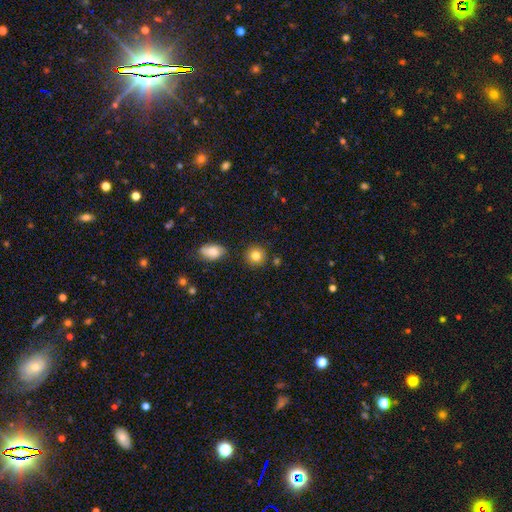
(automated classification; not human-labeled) This appears to be a smooth galaxy with no disk features (82%) that is round (88%). Merging: none (86%).